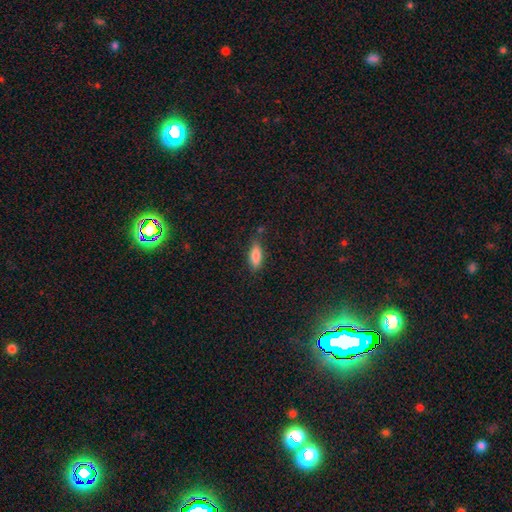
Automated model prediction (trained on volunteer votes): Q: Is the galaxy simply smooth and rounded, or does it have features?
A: smooth — 83%.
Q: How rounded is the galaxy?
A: in between — 75%.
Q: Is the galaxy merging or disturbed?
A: none — 74%.